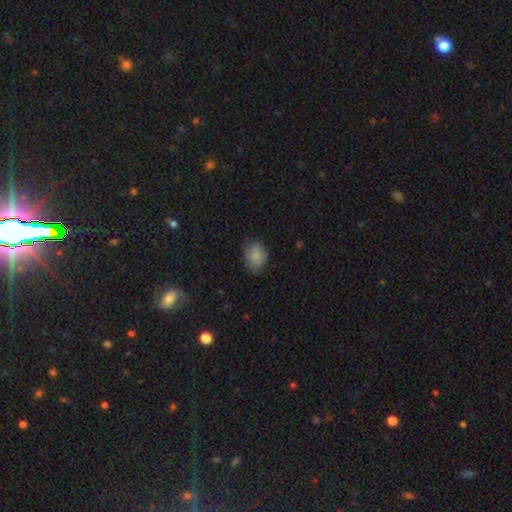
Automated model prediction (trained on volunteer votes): smooth_or_featured: smooth (p=0.82) [alt: featured or disk p=0.09]
how_rounded: in between (p=0.55) [alt: round p=0.44]
merging: none (p=0.70) [alt: minor disturbance p=0.24]